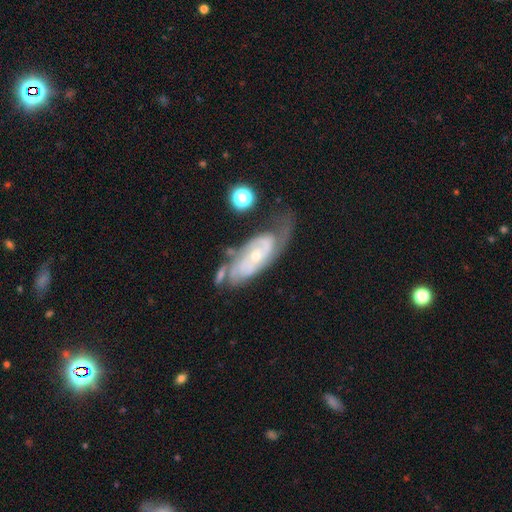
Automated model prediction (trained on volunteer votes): A featured or disk galaxy (84%) with no bar (66%), 2 (44%) tight (59%) spiral arms (94%) and a small central bulge (64%). Merging: none (49%).